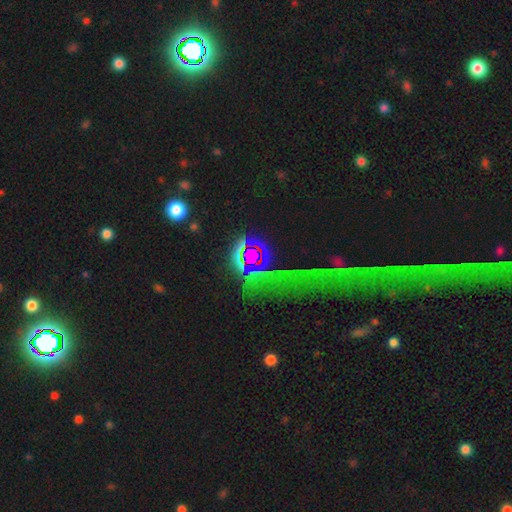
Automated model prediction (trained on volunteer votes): Overall: star or artifact (77%).